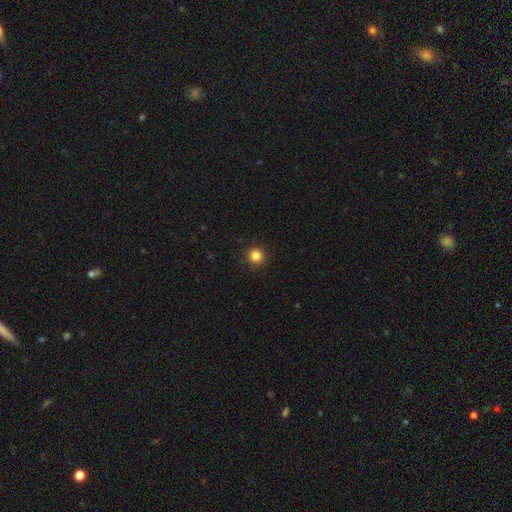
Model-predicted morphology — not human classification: The model was most divided on "smooth or featured": smooth: 83%, star or artifact: 13%, featured or disk: 4%. More confident: how rounded — round (95%); merging — none (92%).